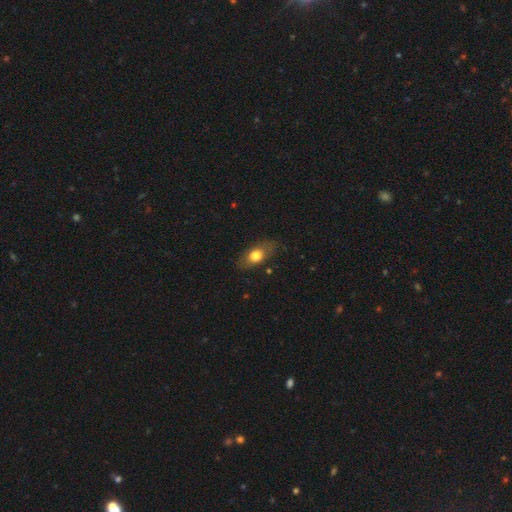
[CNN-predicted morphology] smooth 70%, featured or disk 22%, star or artifact 8%. Down the decision tree: how rounded — in between (79%); merging — none (76%).